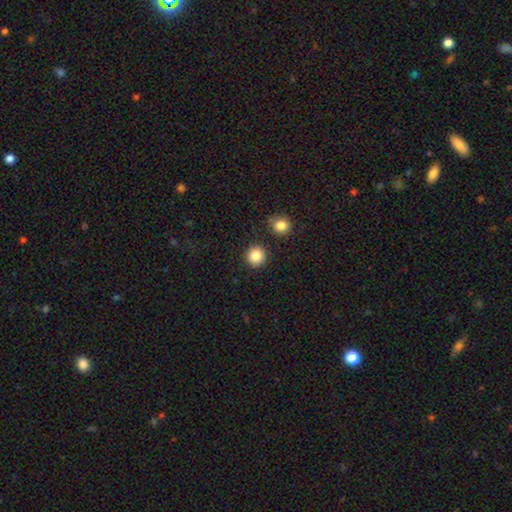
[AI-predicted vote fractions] Smooth or featured? smooth (86%)
How rounded? round (92%)
Merging? none (89%)